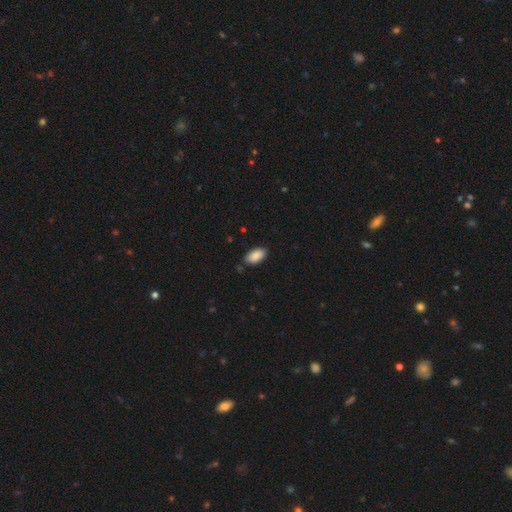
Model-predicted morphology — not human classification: smooth 88%, star or artifact 7%, featured or disk 6%. Down the decision tree: how rounded — in between (94%); merging — none (84%).